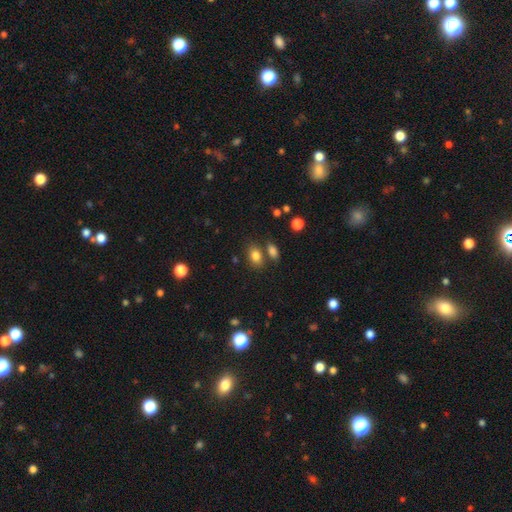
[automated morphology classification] Smooth or featured? smooth (82%)
How rounded? in between (78%)
Merging? none (67%)